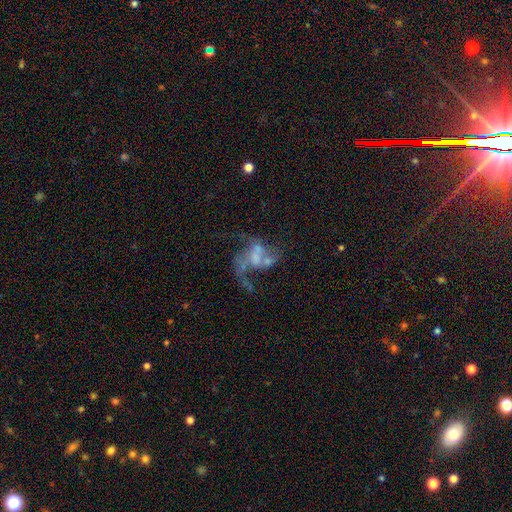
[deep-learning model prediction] This appears to be a featured or disk galaxy (69%) with no bar (63%), spiral arms (58%) and no central bulge (48%). Merging: major disturbance (38%).